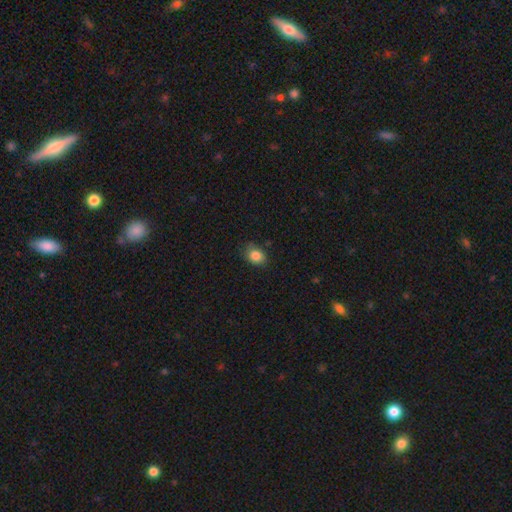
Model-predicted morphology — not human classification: Smooth or featured? Predicted: smooth (p=0.84). How rounded? Predicted: in between (p=0.55). Merging? Predicted: none (p=0.72).